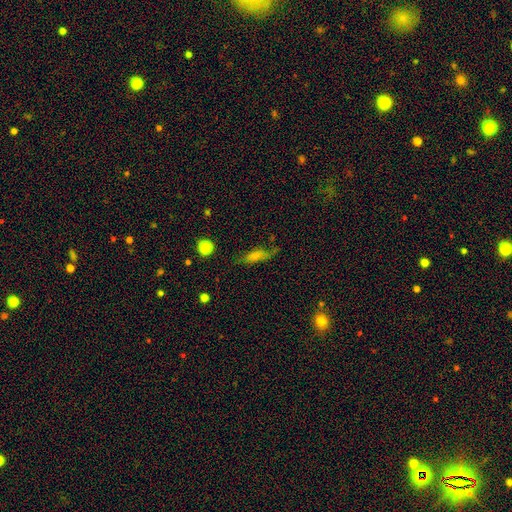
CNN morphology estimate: smooth 68%, featured or disk 20%, star or artifact 12%. Down the decision tree: how rounded — in between (58%); merging — none (56%).